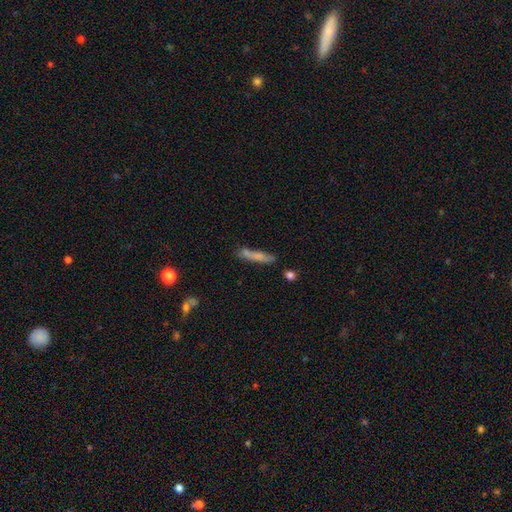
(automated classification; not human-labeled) This appears to be a smooth galaxy with no disk features (62%) that is cigar-shaped (89%). Merging: none (68%).